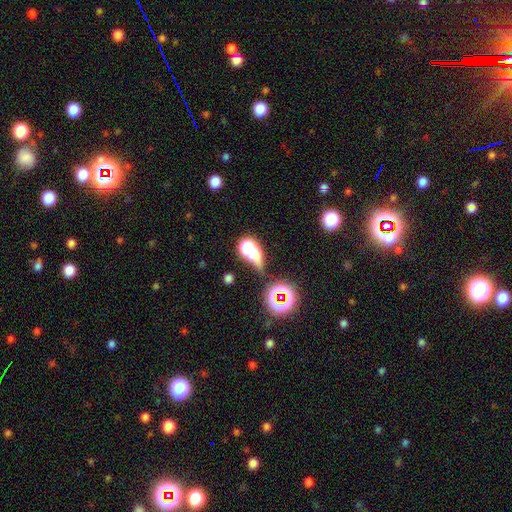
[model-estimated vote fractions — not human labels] This is possibly a smooth galaxy (54%). How rounded: possibly in between (57%). Merging: possibly merger (47%).